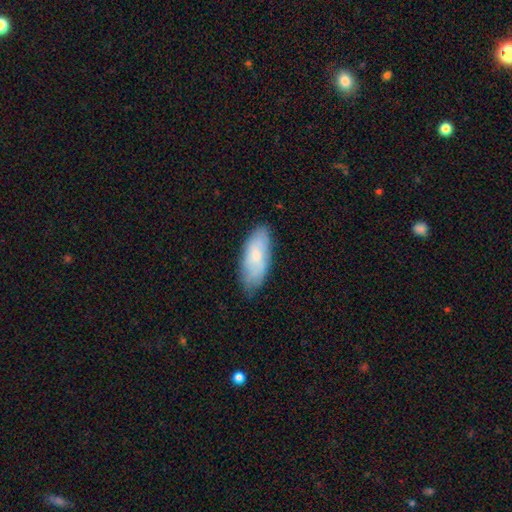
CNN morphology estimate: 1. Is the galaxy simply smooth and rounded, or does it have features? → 65% smooth, 28% featured or disk, 6% star or artifact.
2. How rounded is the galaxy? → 81% in between, 17% cigar-shaped, 2% round.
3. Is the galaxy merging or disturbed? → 74% none, 21% minor disturbance, 4% major disturbance, 1% merger.